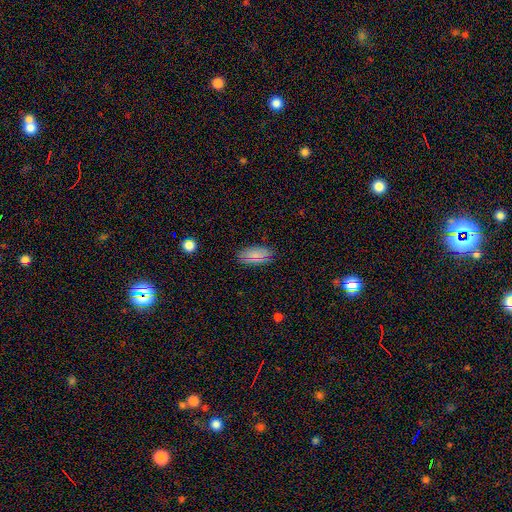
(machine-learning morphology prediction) type=smooth (78%); roundness=in between (92%); merging=none (85%).